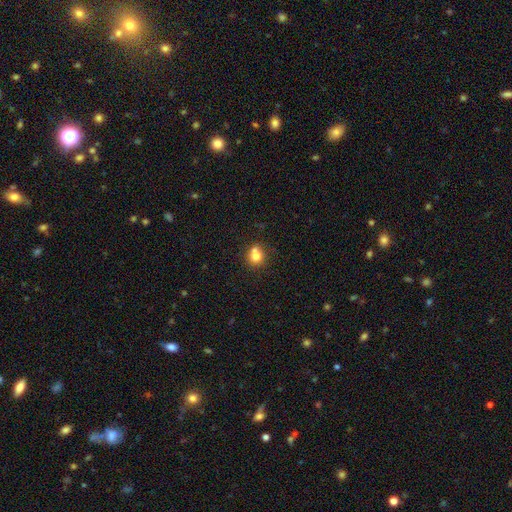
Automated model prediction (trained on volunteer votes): smooth 76%, featured or disk 13%, star or artifact 12%. Down the decision tree: how rounded — round (81%); merging — none (49%).